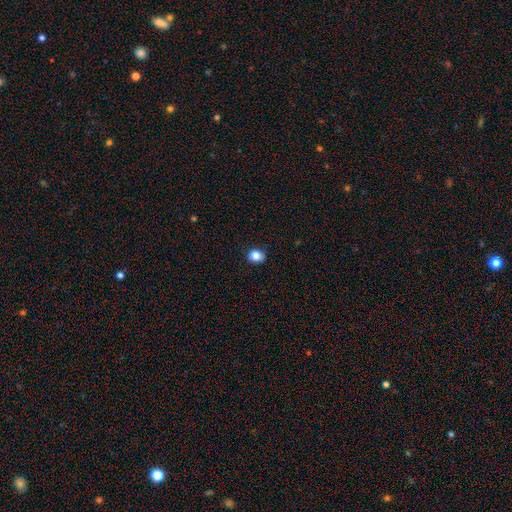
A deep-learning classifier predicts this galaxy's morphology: smooth-or-featured: smooth: 84% | star or artifact: 10% | featured or disk: 6%
  how-rounded: round: 61% | in between: 38% | cigar-shaped: 1%
  merging: none: 87% | minor disturbance: 10% | major disturbance: 2% | merger: 1%